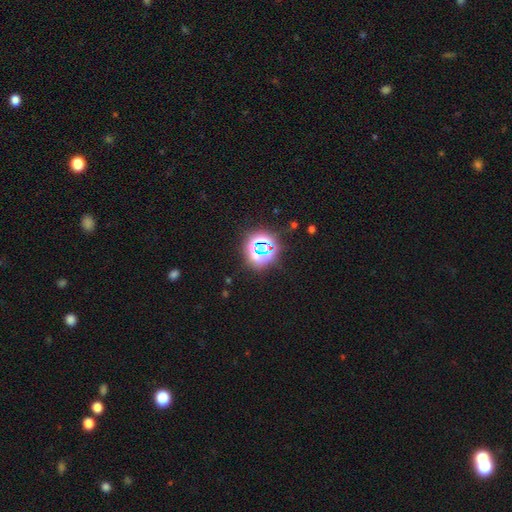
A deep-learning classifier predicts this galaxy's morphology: Overall: star or artifact (69%).